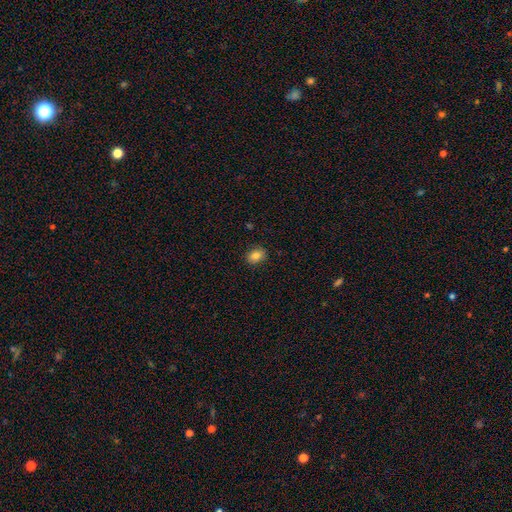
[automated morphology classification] The model was most divided on "how rounded": in between: 61%, round: 38%, cigar-shaped: 1%. More confident: merging — none (88%); smooth or featured — smooth (83%).